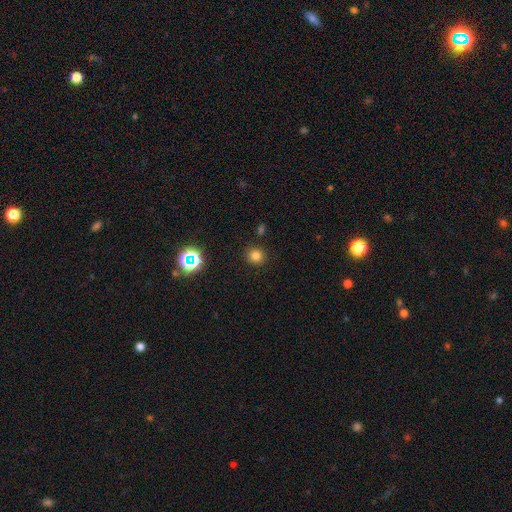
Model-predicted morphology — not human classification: smooth_or_featured: smooth (p=0.78) [alt: star or artifact p=0.16]
how_rounded: round (p=0.92) [alt: in between p=0.07]
merging: none (p=0.89) [alt: minor disturbance p=0.06]